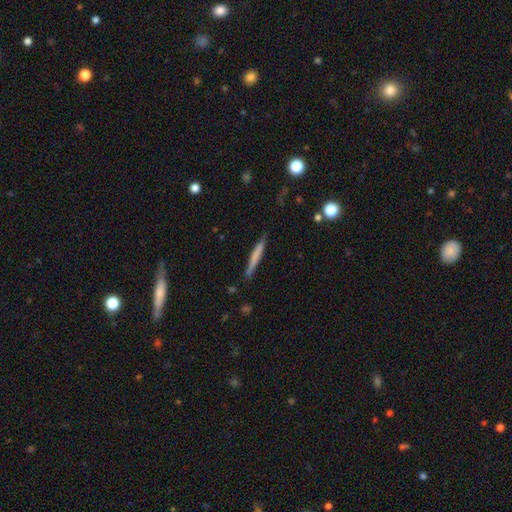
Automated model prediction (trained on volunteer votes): A smooth galaxy with no disk features (65%) that is cigar-shaped (96%). Merging: none (87%).